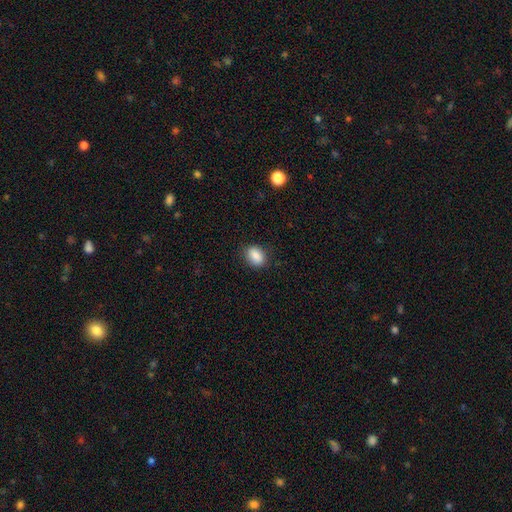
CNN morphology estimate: Smooth or featured: smooth — 87% (star or artifact — 8%)
How rounded: in between — 67% (round — 32%)
Merging: none — 84% (minor disturbance — 12%)